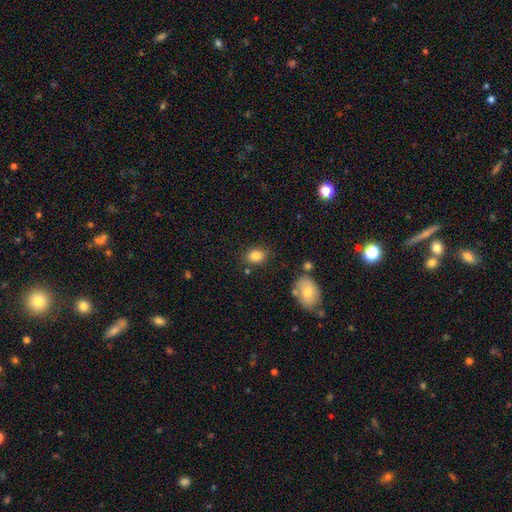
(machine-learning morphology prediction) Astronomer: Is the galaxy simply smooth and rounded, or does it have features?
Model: smooth — 84%.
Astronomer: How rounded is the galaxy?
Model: in between — 67%.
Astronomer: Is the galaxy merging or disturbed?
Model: none — 80%.